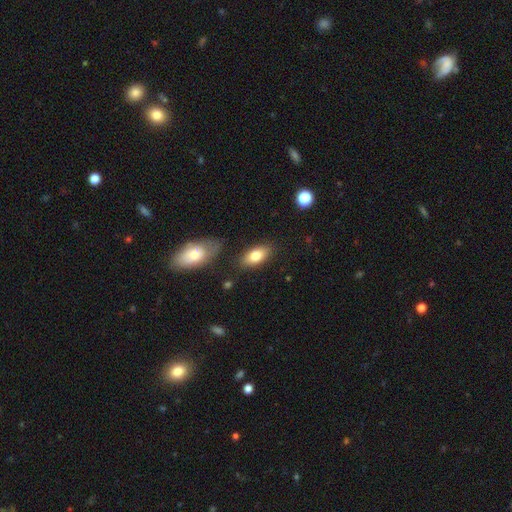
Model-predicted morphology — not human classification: Smooth or featured? smooth (80%)
How rounded? in between (90%)
Merging? none (81%)